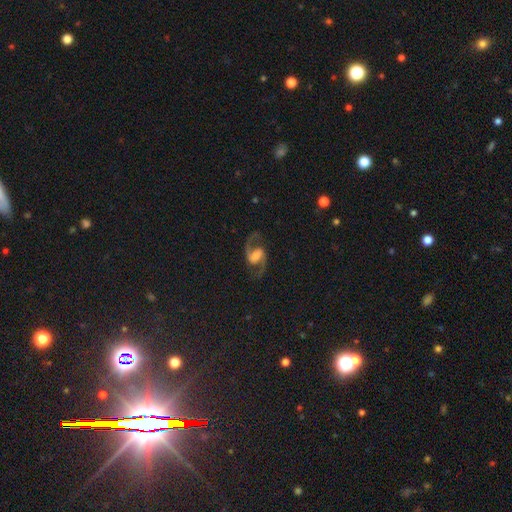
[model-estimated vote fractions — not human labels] Q: Smooth or featured?
A: featured or disk (89%); runner-up: star or artifact (6%)
Q: Edge-on disk?
A: no (98%); runner-up: yes (2%)
Q: Bar?
A: weak (50%); runner-up: strong (30%)
Q: Spiral arms?
A: yes (97%); runner-up: no (3%)
Q: Spiral winding?
A: medium (53%); runner-up: loose (39%)
Q: Spiral arm count?
A: 2 (94%); runner-up: can't tell (1%)
Q: Bulge size?
A: moderate (38%); runner-up: large (23%)
Q: Merging?
A: none (82%); runner-up: minor disturbance (11%)